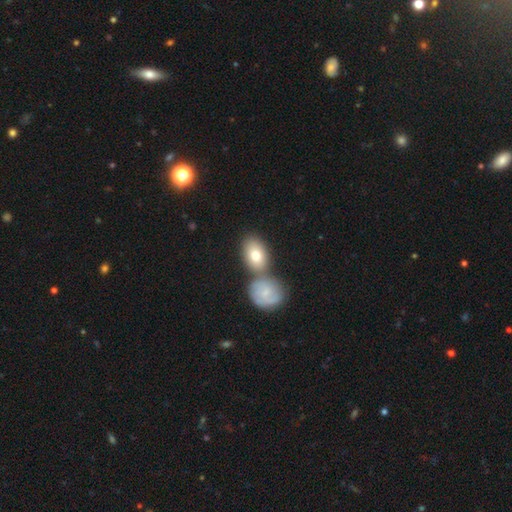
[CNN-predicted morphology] Overall: smooth (72%). How rounded: in between (80%). Merging: none (52%; merger 32%).